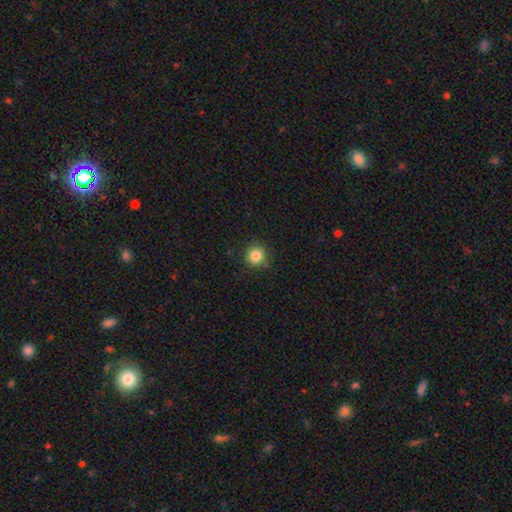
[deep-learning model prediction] A smooth galaxy with no disk features (84%) that is round (93%).

Vote fractions:
- Smooth or featured? smooth: 84% / star or artifact: 11% / featured or disk: 5%
- How rounded? round: 93% / in between: 6% / cigar-shaped: 1%
- Merging? none: 88% / minor disturbance: 9% / major disturbance: 2% / merger: 1%